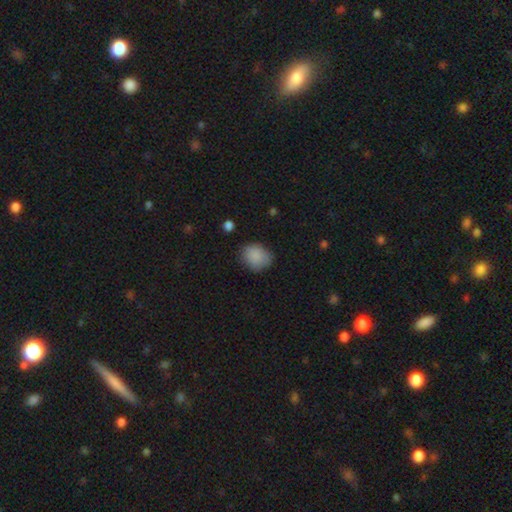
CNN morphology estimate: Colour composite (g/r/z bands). It shows a smooth galaxy with no disk features (86%) that is round (58%). Merging: none (72%).